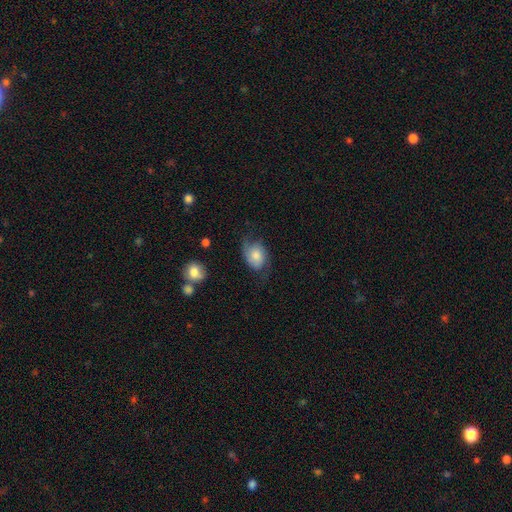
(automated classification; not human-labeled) A smooth galaxy with no disk features (61%) that is in between round and cigar-shaped (64%).

Vote fractions:
- Smooth or featured? smooth: 61% / featured or disk: 31% / star or artifact: 8%
- How rounded? in between: 64% / round: 35% / cigar-shaped: 1%
- Merging? none: 49% / minor disturbance: 31% / major disturbance: 18% / merger: 2%